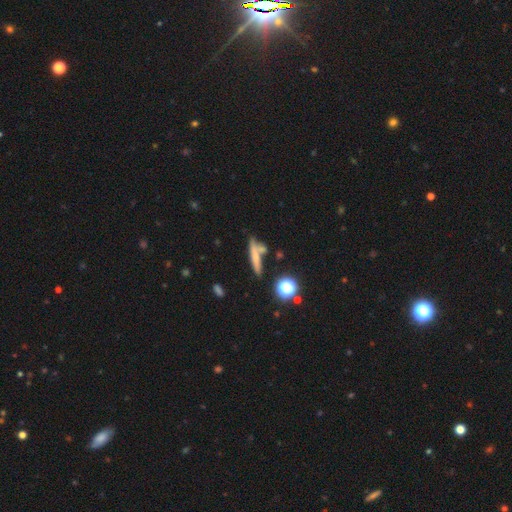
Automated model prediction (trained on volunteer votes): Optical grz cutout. It shows a smooth galaxy with no disk features (57%) that is cigar-shaped (80%). Merging: none (58%).